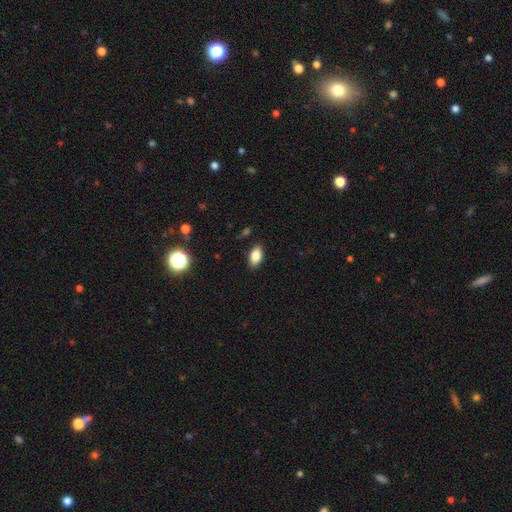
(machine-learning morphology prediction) Smooth or featured?
  - smooth: 84% *
  - star or artifact: 9%
  - featured or disk: 7%
How rounded?
  - in between: 91% *
  - round: 7%
  - cigar-shaped: 3%
Merging?
  - none: 87% *
  - minor disturbance: 10%
  - major disturbance: 2%
  - merger: 1%